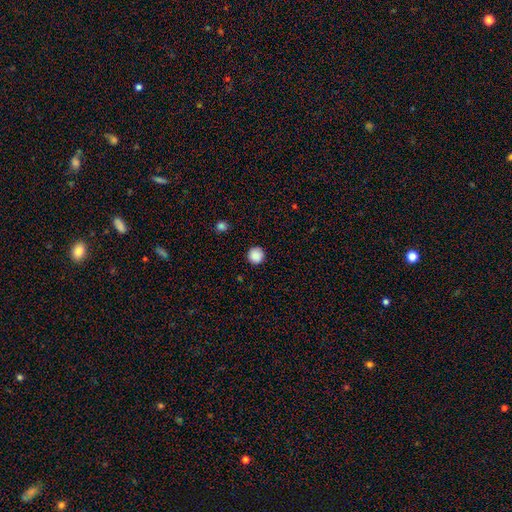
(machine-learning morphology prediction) This is clearly a smooth galaxy (88%). How rounded: clearly round (96%). Merging: clearly none (92%).